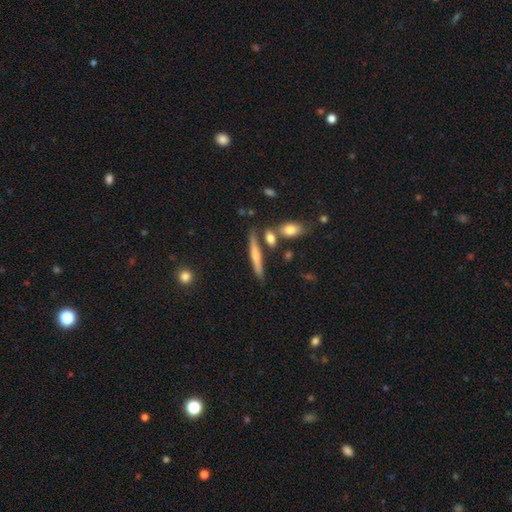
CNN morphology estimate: This is possibly a smooth galaxy (50%). How rounded: clearly cigar-shaped (88%). Merging: likely none (76%).